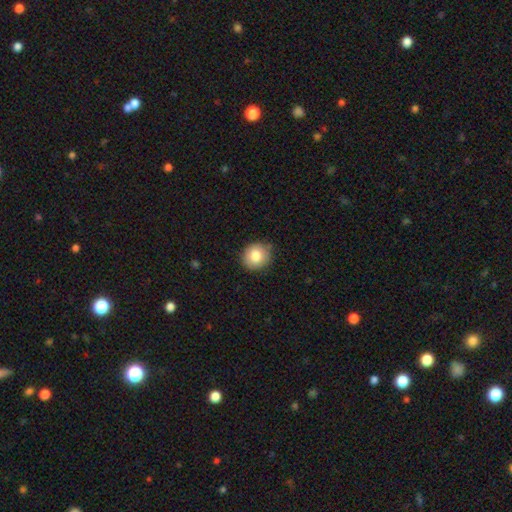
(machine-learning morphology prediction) Overall: smooth (83%). How rounded: round (82%). Merging: none (82%).